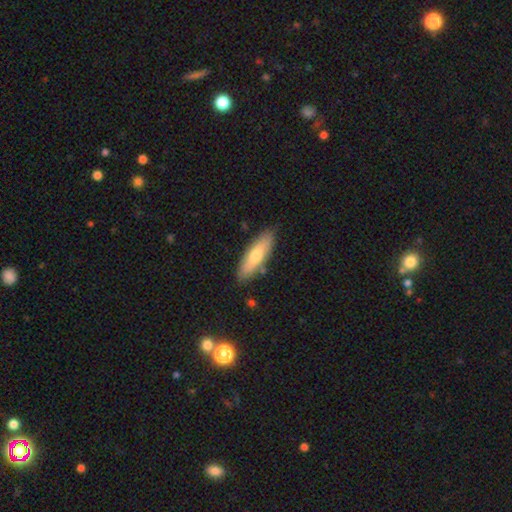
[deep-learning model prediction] A smooth galaxy with no disk features (66%) that is cigar-shaped (53%). Merging: none (84%).